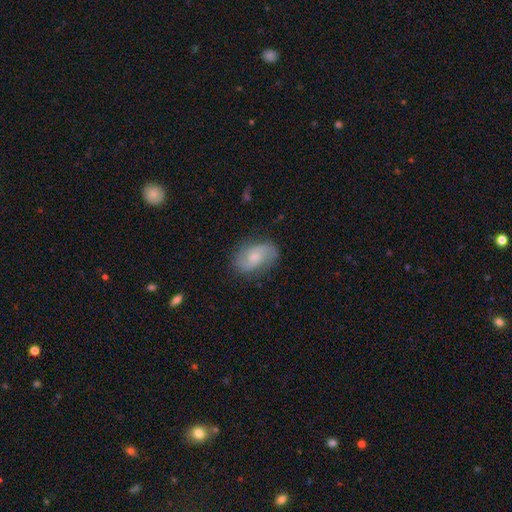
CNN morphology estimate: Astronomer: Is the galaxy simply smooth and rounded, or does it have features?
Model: featured or disk — 64%.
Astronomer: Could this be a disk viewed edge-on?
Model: no — 97%.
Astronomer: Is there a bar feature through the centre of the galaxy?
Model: no — 55% (runner-up: weak, 39%).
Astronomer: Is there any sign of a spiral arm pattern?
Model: yes — 92%.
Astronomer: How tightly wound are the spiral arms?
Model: medium — 46% (runner-up: loose, 30%).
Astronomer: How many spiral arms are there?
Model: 2 — 84%.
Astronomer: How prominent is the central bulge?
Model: small — 49% (runner-up: moderate, 38%).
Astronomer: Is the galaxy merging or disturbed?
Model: none — 76%.